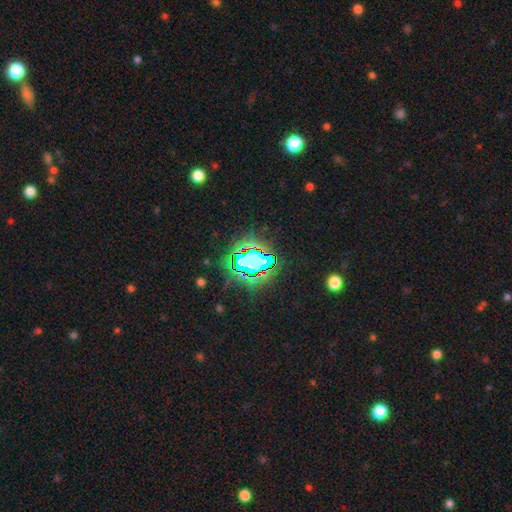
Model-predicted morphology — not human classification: This appears to be a star or artifact, not a galaxy (80%).